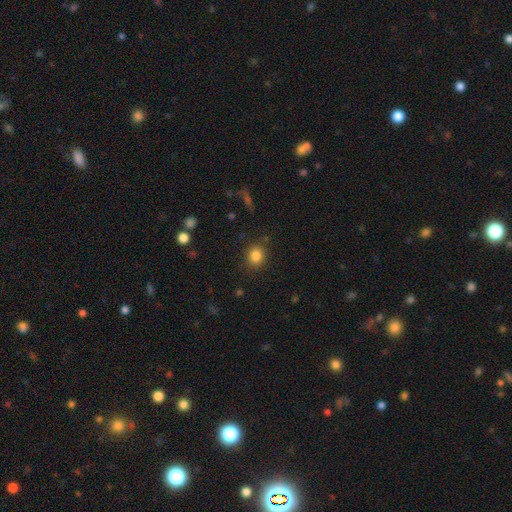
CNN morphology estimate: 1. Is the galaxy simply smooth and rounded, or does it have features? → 84% smooth, 11% star or artifact, 4% featured or disk.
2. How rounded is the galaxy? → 75% round, 24% in between, 1% cigar-shaped.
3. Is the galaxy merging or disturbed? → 85% none, 10% minor disturbance, 3% major disturbance, 2% merger.